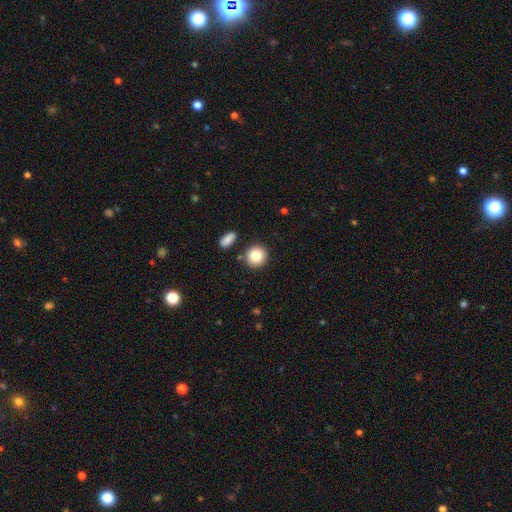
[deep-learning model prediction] Overall: smooth (83%). How rounded: round (90%). Merging: none (85%).